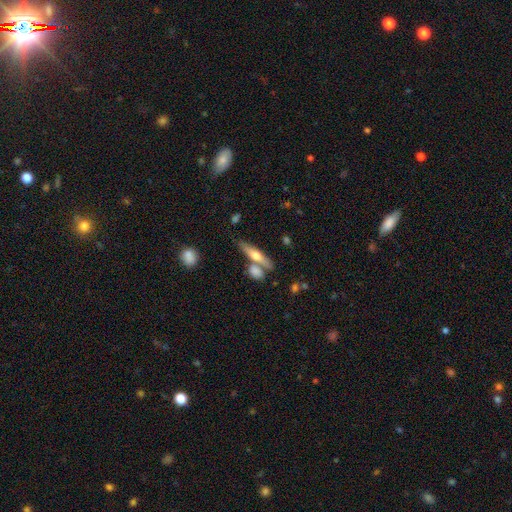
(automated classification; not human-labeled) A featured or disk galaxy (49%).

Vote fractions:
- Smooth or featured? featured or disk: 49% / smooth: 45% / star or artifact: 7%
- Merging? none: 64% / merger: 22% / minor disturbance: 10% / major disturbance: 3%